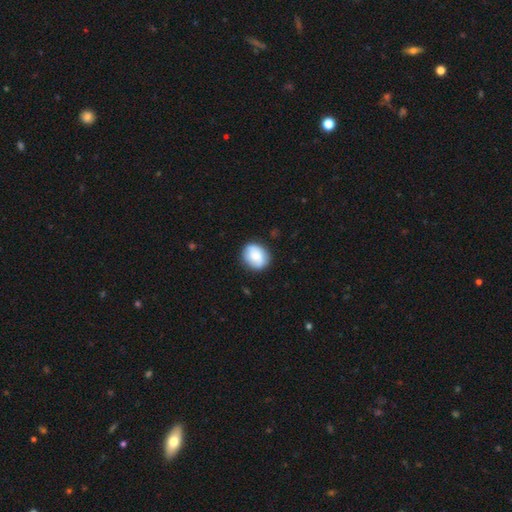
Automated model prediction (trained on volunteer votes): smooth 78%, featured or disk 15%, star or artifact 7%. Down the decision tree: how rounded — round (61%); merging — none (81%).